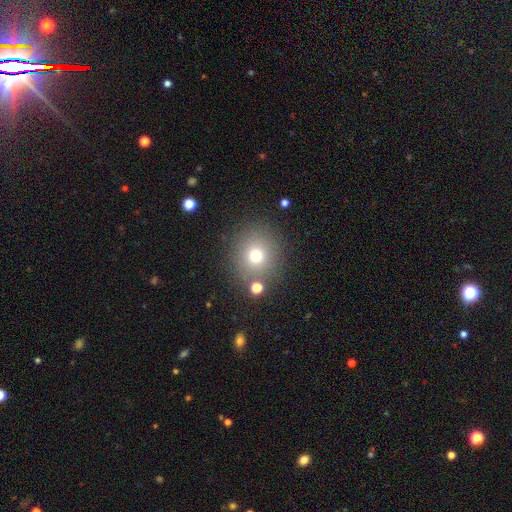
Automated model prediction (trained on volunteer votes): Morphology: type=smooth (73%); roundness=round (88%); merging=none (81%).